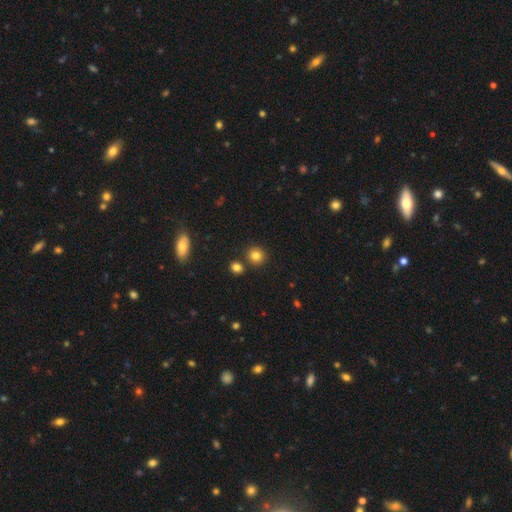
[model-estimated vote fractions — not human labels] This appears to be a smooth galaxy with no disk features (82%) that is round (90%). Merging: none (83%).